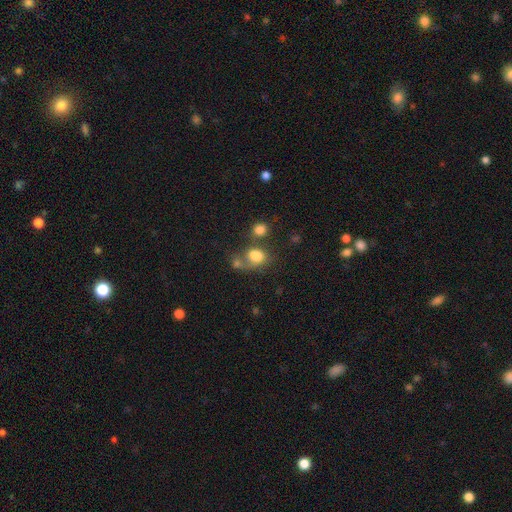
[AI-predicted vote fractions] Morphology: type=smooth (76%); roundness=in between (54%); merging=merger (42%).